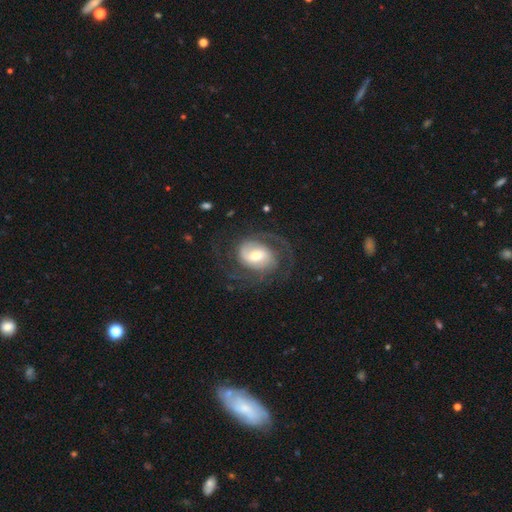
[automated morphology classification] Smooth or featured? Predicted: featured or disk (p=0.84). Edge-on disk? Predicted: no (p=0.98). Bar? Predicted: weak (p=0.48). Spiral arms? Predicted: yes (p=0.95). Spiral winding? Predicted: medium (p=0.44). Spiral arm count? Predicted: 2 (p=0.52). Bulge size? Predicted: moderate (p=0.53). Merging? Predicted: none (p=0.65).